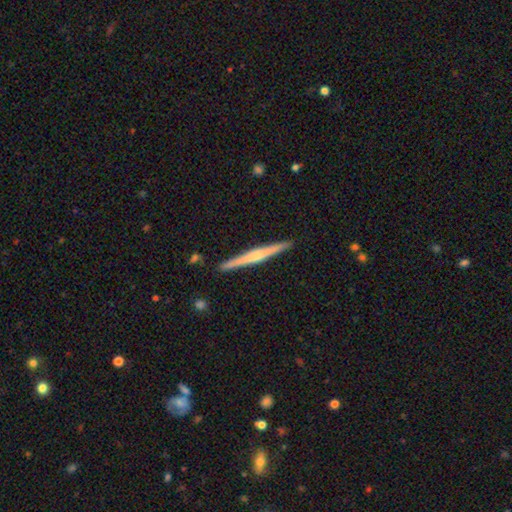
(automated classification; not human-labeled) Smooth or featured? Predicted: featured or disk (p=0.64). Edge-on disk? Predicted: yes (p=0.98). Edge-on bulge? Predicted: rounded (p=0.57). Merging? Predicted: none (p=0.92).